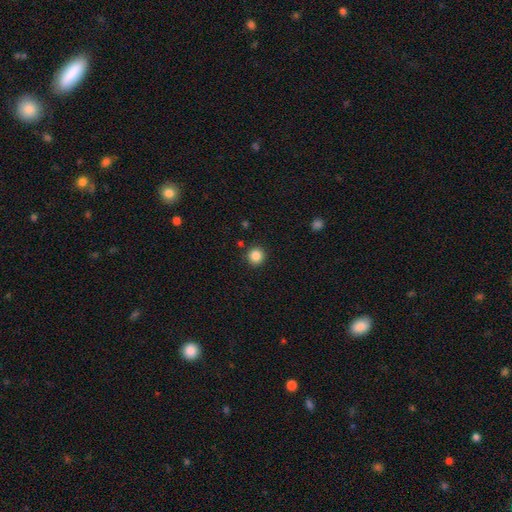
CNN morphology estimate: The model was most divided on "smooth or featured": smooth: 86%, star or artifact: 11%, featured or disk: 4%. More confident: how rounded — round (93%); merging — none (90%).